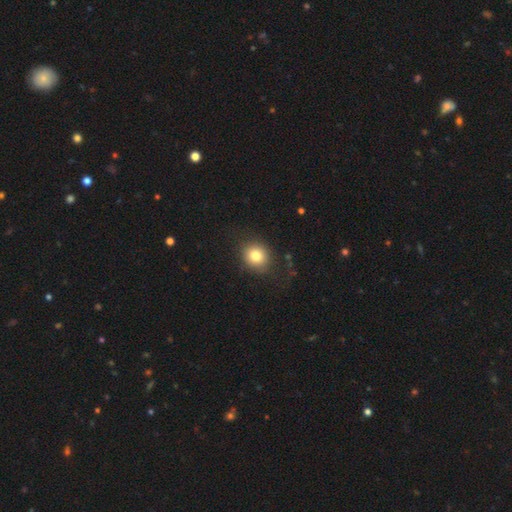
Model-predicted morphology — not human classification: A smooth galaxy with no disk features (80%) that is round (75%).

Vote fractions:
- Smooth or featured? smooth: 80% / star or artifact: 11% / featured or disk: 10%
- How rounded? round: 75% / in between: 24% / cigar-shaped: 1%
- Merging? none: 84% / minor disturbance: 11% / major disturbance: 4% / merger: 1%